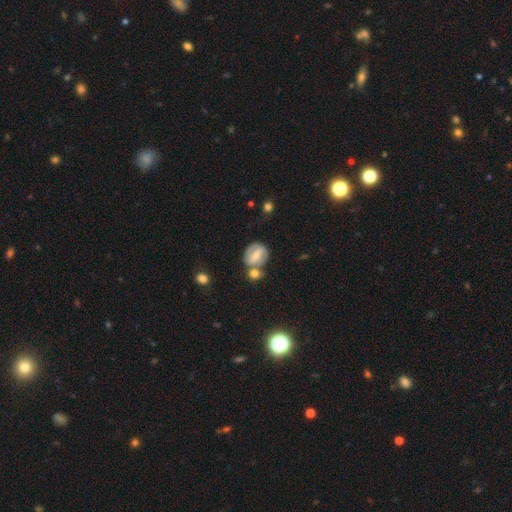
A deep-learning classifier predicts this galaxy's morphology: smooth_or_featured: featured or disk (p=0.47) [alt: smooth p=0.45]
merging: none (p=0.46) [alt: merger p=0.33]